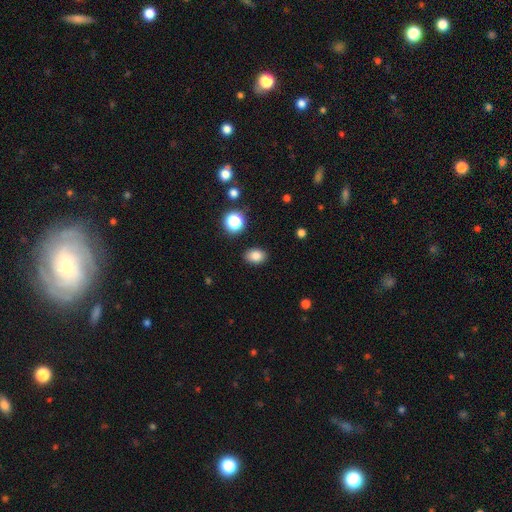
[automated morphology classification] Overall: smooth (83%). How rounded: in between (76%). Merging: none (88%).